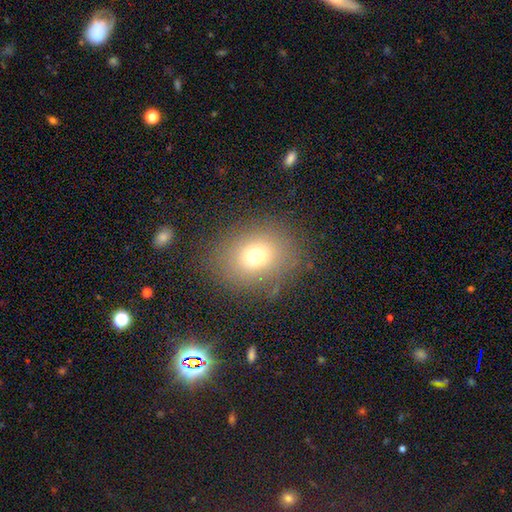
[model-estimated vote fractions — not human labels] Smooth or featured?
  - smooth: 70% *
  - star or artifact: 19%
  - featured or disk: 11%
How rounded?
  - round: 61% *
  - in between: 38%
  - cigar-shaped: 1%
Merging?
  - none: 82% *
  - minor disturbance: 10%
  - major disturbance: 7%
  - merger: 1%